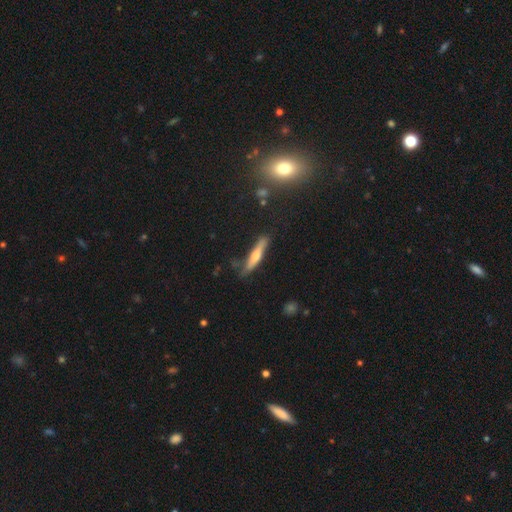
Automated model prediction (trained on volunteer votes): Smooth or featured: smooth — 47% (featured or disk — 45%)
Merging: none — 78% (minor disturbance — 16%)